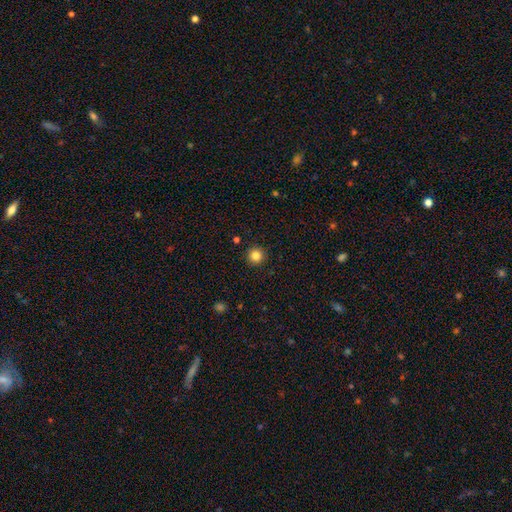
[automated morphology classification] Smooth or featured? smooth (84%)
How rounded? round (95%)
Merging? none (92%)